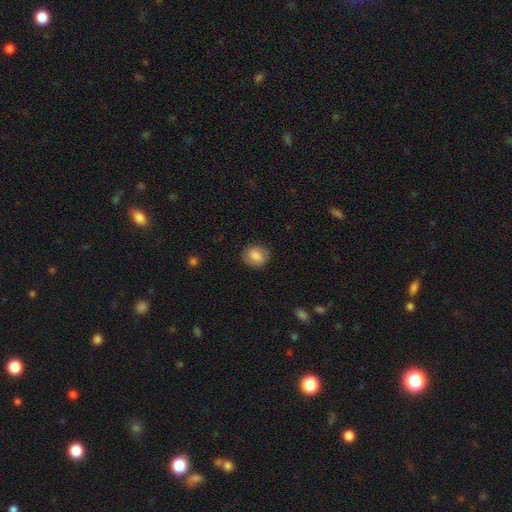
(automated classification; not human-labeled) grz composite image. It shows a smooth galaxy with no disk features (75%) that is round (67%). Merging: none (82%).